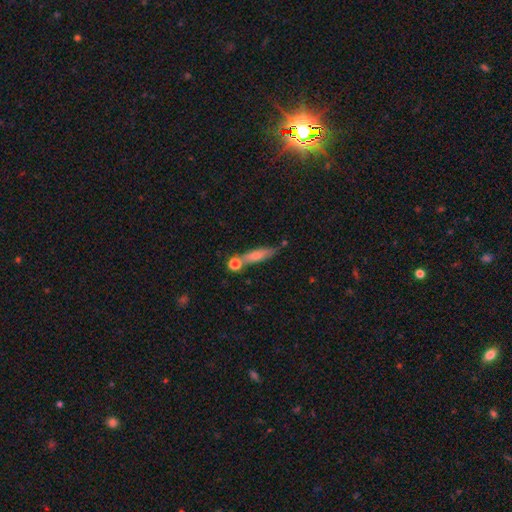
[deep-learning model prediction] Smooth or featured? smooth (67%)
How rounded? cigar-shaped (69%)
Merging? none (61%)